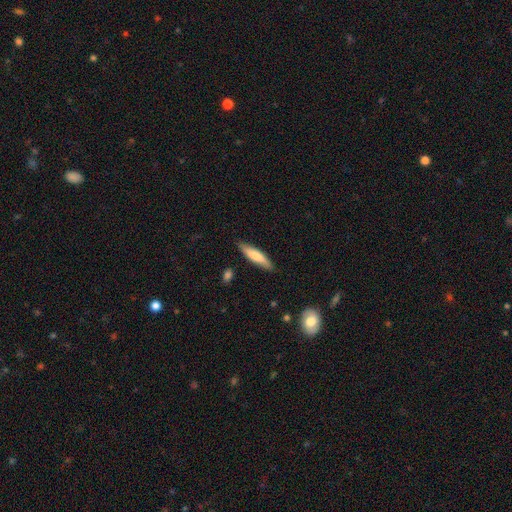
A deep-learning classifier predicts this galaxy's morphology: smooth 74%, featured or disk 20%, star or artifact 6%. Down the decision tree: how rounded — cigar-shaped (78%); merging — none (85%).